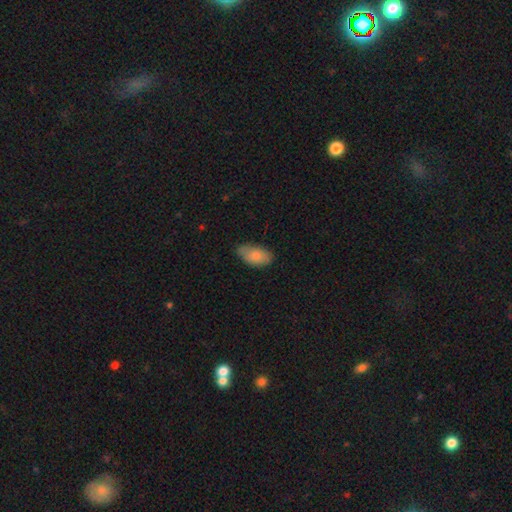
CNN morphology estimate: Smooth or featured? smooth (82%)
How rounded? in between (94%)
Merging? none (70%)